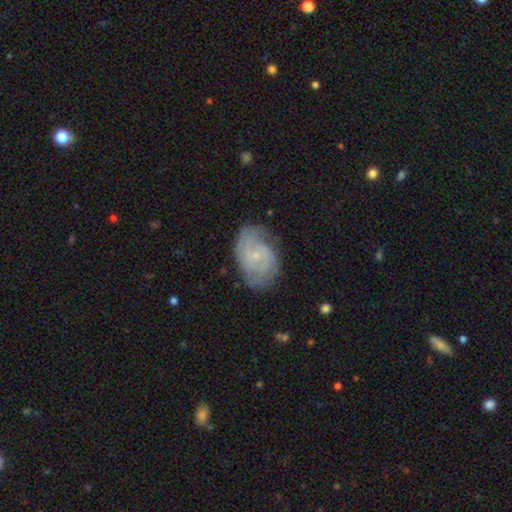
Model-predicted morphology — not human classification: type=featured or disk (74%); edge-on=no (97%); bar=no (62%); spiral arms=yes (91%); winding=tight (47%); arm count=2 (51%); bulge=small (80%); merging=none (70%).